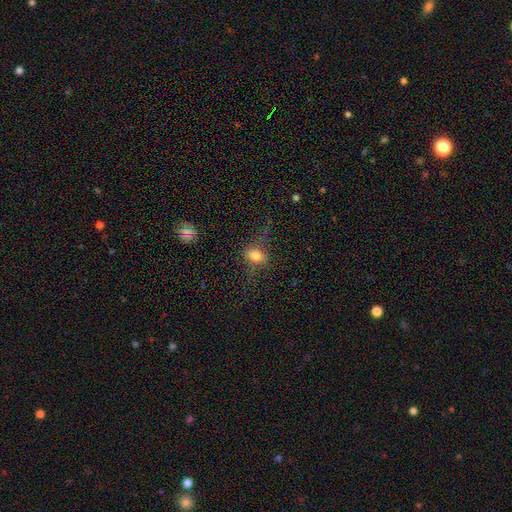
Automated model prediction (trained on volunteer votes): smooth 68%, featured or disk 19%, star or artifact 14%. Down the decision tree: how rounded — in between (68%); merging — none (61%).